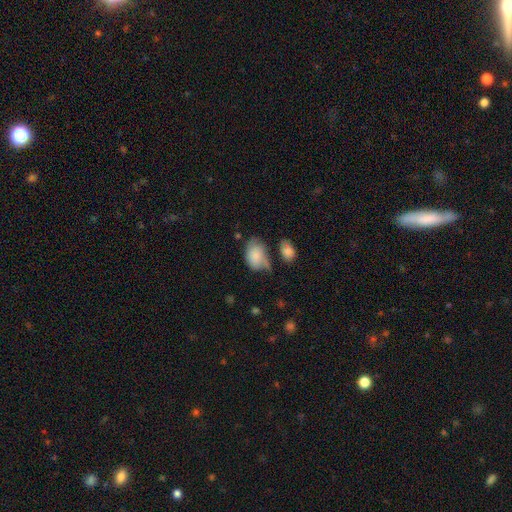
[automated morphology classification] A smooth galaxy with no disk features (78%) that is in between round and cigar-shaped (83%).

Vote fractions:
- Smooth or featured? smooth: 78% / featured or disk: 14% / star or artifact: 7%
- How rounded? in between: 83% / round: 16% / cigar-shaped: 1%
- Merging? none: 35% / minor disturbance: 34% / major disturbance: 16% / merger: 15%